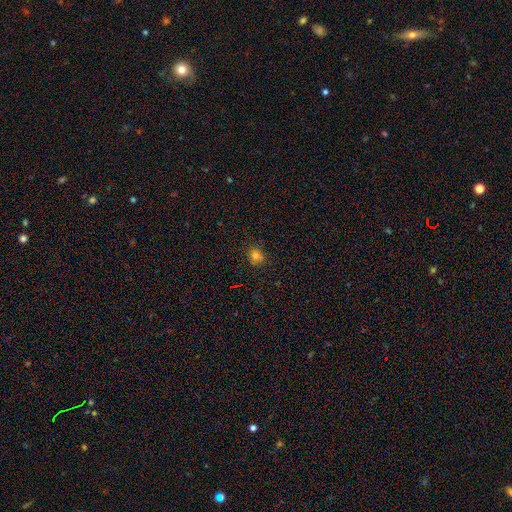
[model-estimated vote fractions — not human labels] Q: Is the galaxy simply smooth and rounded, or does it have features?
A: smooth — 73%.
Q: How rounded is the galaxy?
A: round — 80%.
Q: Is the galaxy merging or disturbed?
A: none — 73%.